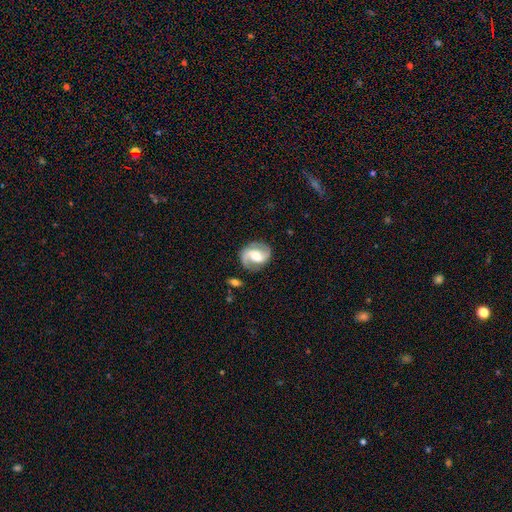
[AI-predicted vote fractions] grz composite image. It shows a featured or disk galaxy (83%) with a weak bar (44%), 2 (92%) medium (51%) spiral arms (95%) and a moderate central bulge (49%). Merging: none (81%).